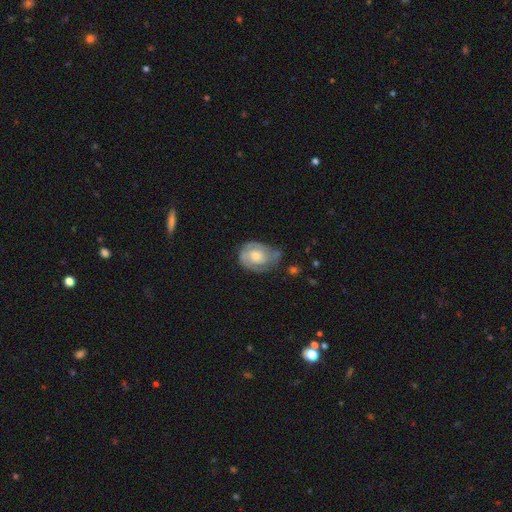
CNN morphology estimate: The model was most divided on "spiral arm count": 2: 47%, can't tell: 26%, 3: 14%, 1: 7%, 4: 3%, more than 4: 2%. More confident: edge-on disk — no (97%); spiral arms — yes (87%); bar — no (73%); smooth or featured — featured or disk (71%); merging — none (59%); spiral winding — tight (58%); bulge size — moderate (57%).